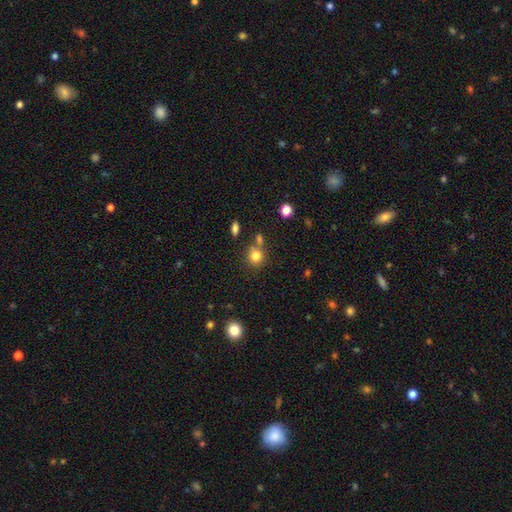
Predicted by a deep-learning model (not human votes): Smooth or featured? Predicted: smooth (p=0.81). How rounded? Predicted: round (p=0.84). Merging? Predicted: none (p=0.66).